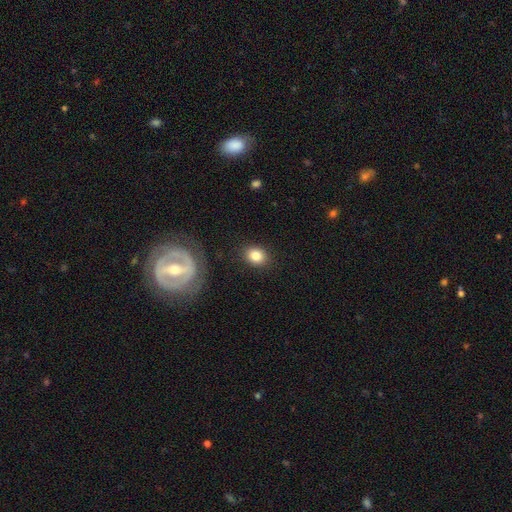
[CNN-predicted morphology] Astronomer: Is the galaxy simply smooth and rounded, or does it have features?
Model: smooth — 83%.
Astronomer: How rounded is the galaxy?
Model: in between — 50% (runner-up: round, 49%).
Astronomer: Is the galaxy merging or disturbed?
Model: none — 86%.